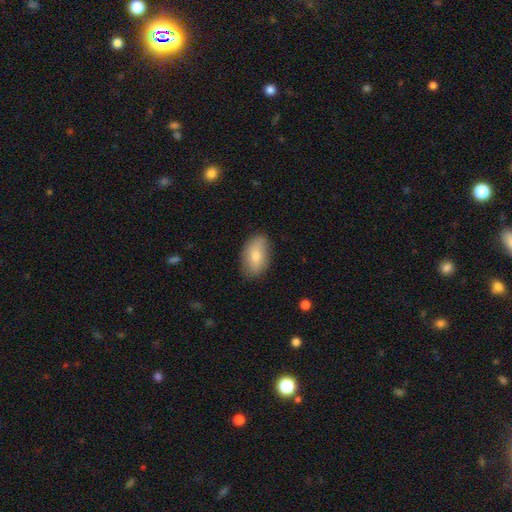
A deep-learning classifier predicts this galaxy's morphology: Smooth or featured? Predicted: smooth (p=0.74). How rounded? Predicted: in between (p=0.91). Merging? Predicted: none (p=0.83).